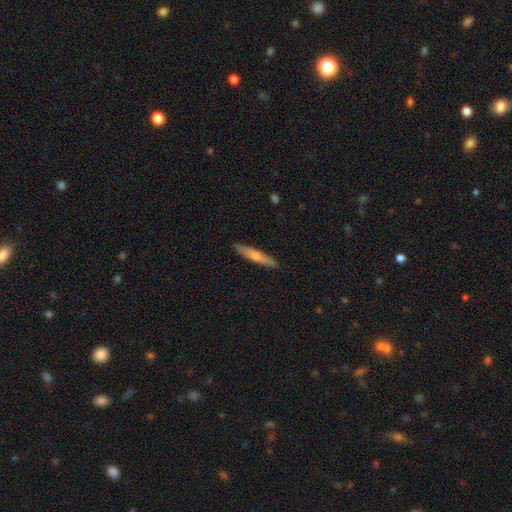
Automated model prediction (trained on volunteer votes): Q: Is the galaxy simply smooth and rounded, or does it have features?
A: smooth — 61%.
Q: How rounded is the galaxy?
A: cigar-shaped — 90%.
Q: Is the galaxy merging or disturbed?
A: none — 90%.